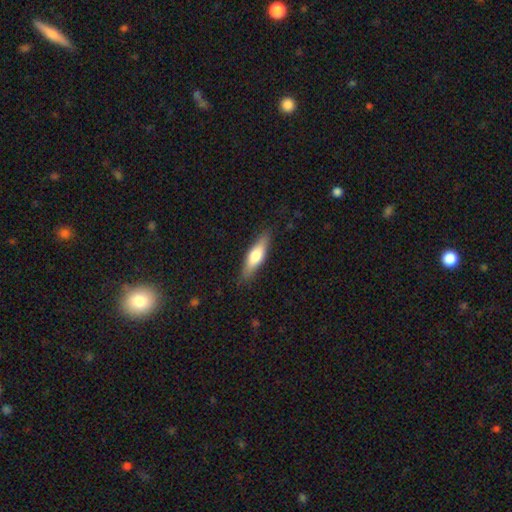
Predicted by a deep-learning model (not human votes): Smooth or featured? Predicted: smooth (p=0.60). How rounded? Predicted: cigar-shaped (p=0.60). Merging? Predicted: none (p=0.85).